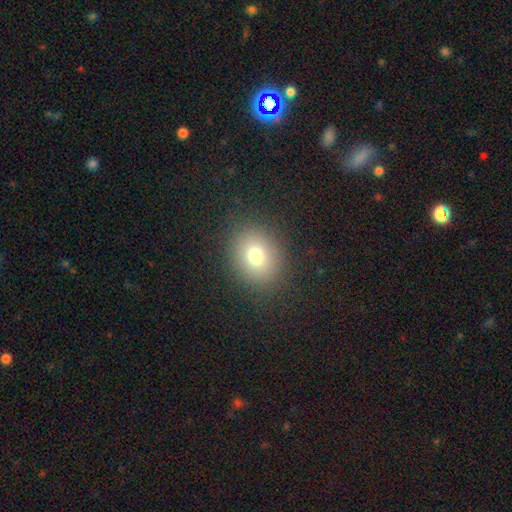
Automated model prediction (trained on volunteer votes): This appears to be a smooth galaxy with no disk features (76%) that is round (57%). Merging: none (87%).